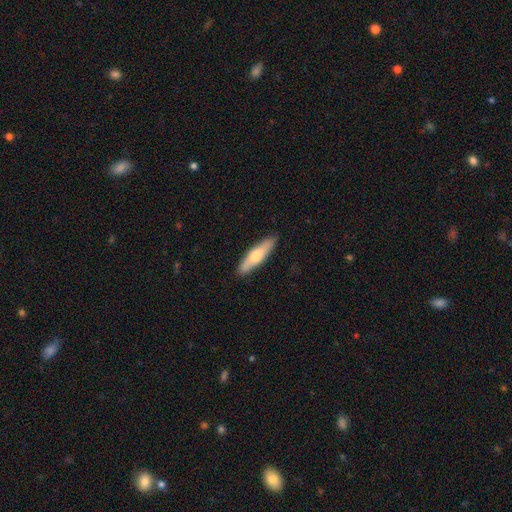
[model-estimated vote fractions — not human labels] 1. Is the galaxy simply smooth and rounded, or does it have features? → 59% smooth, 36% featured or disk, 5% star or artifact.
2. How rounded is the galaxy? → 72% cigar-shaped, 26% in between, 2% round.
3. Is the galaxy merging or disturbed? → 88% none, 9% minor disturbance, 2% major disturbance, 1% merger.